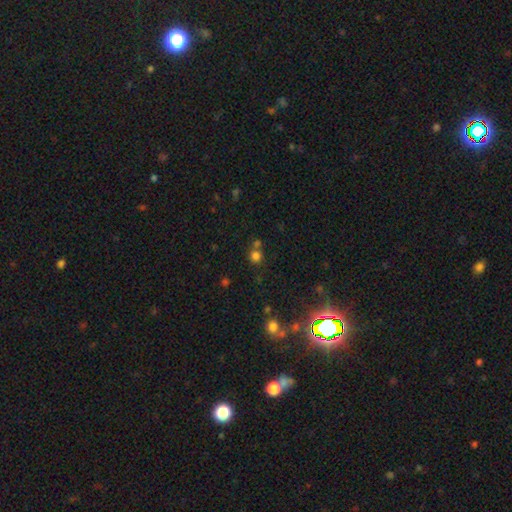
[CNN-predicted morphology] smooth_or_featured: smooth (p=0.73) [alt: star or artifact p=0.20]
how_rounded: round (p=0.89) [alt: in between p=0.10]
merging: none (p=0.65) [alt: merger p=0.24]